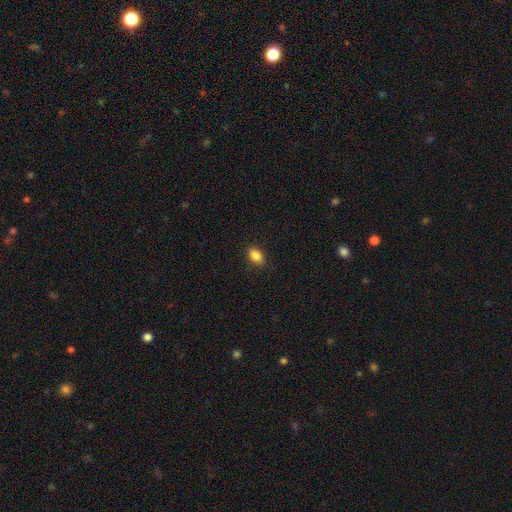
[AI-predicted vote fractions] smooth-or-featured: smooth: 87% | star or artifact: 9% | featured or disk: 4%
  how-rounded: in between: 84% | round: 15% | cigar-shaped: 1%
  merging: none: 88% | minor disturbance: 9% | major disturbance: 2% | merger: 1%